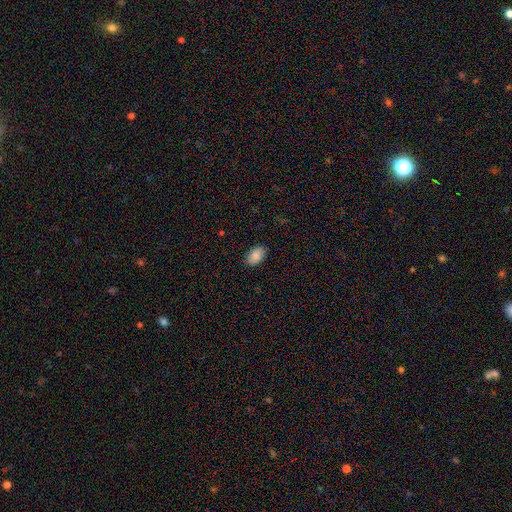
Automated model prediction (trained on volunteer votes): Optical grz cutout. It shows a smooth galaxy with no disk features (86%) that is in between round and cigar-shaped (91%). Merging: none (87%).